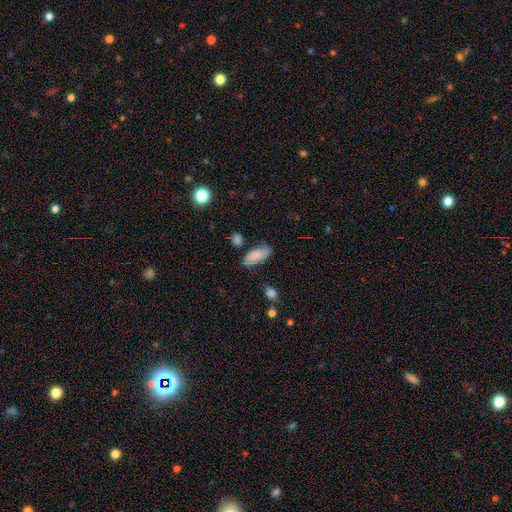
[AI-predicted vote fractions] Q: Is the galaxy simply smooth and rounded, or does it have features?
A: smooth — 80%.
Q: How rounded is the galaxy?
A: in between — 81%.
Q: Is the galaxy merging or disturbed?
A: none — 68%.